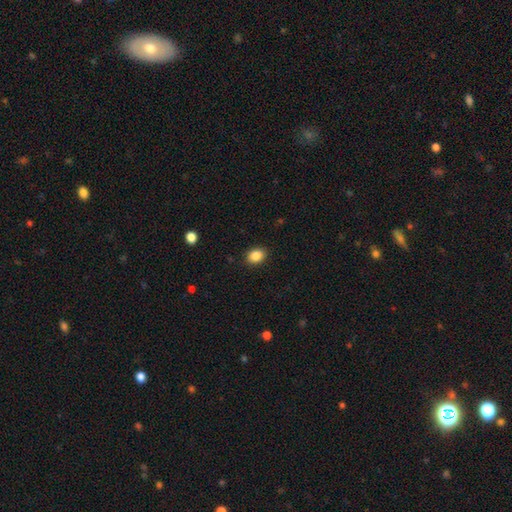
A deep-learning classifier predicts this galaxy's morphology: Smooth or featured? Predicted: smooth (p=0.87). How rounded? Predicted: in between (p=0.64). Merging? Predicted: none (p=0.89).